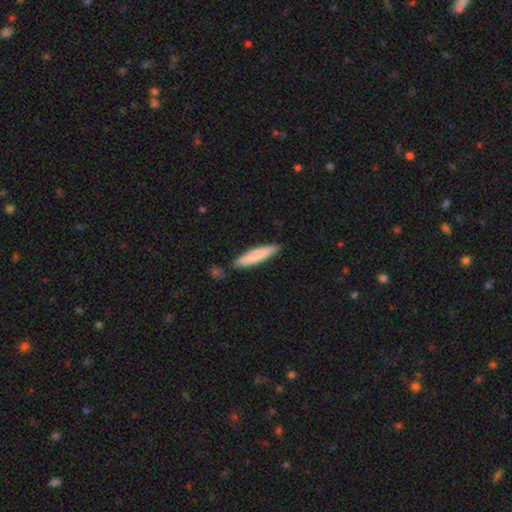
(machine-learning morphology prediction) The model was most divided on "smooth or featured": smooth: 80%, featured or disk: 15%, star or artifact: 5%. More confident: how rounded — cigar-shaped (85%); merging — none (82%).